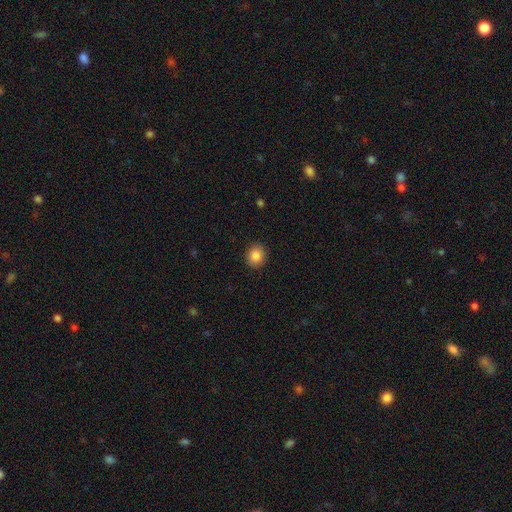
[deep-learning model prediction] Overall: smooth (85%). How rounded: round (71%). Merging: none (91%).